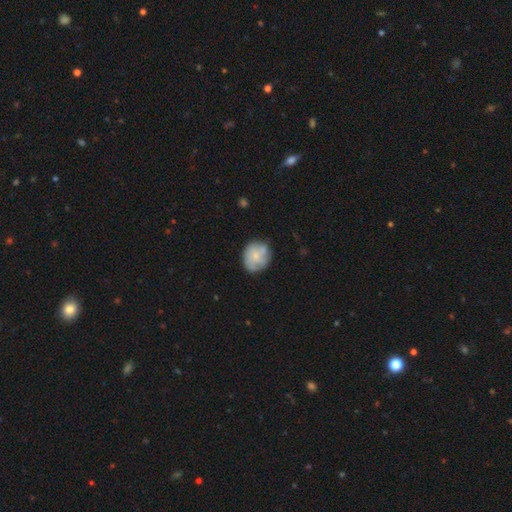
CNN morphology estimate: type=smooth (56%); roundness=round (76%); merging=none (67%).